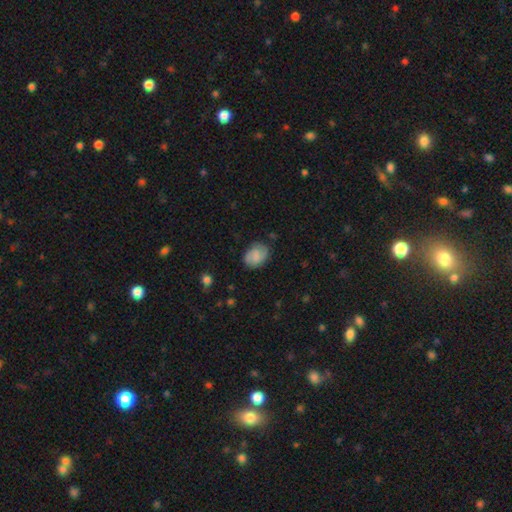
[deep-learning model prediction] Morphology: type=smooth (70%); roundness=in between (67%); merging=none (76%).